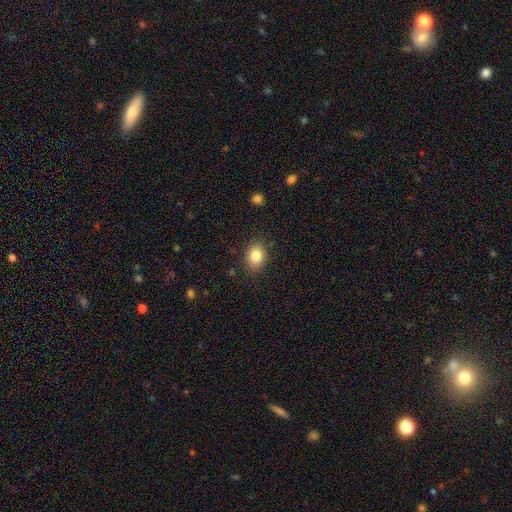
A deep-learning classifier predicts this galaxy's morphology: Overall: smooth (84%). How rounded: in between (62%; round 38%). Merging: none (85%).